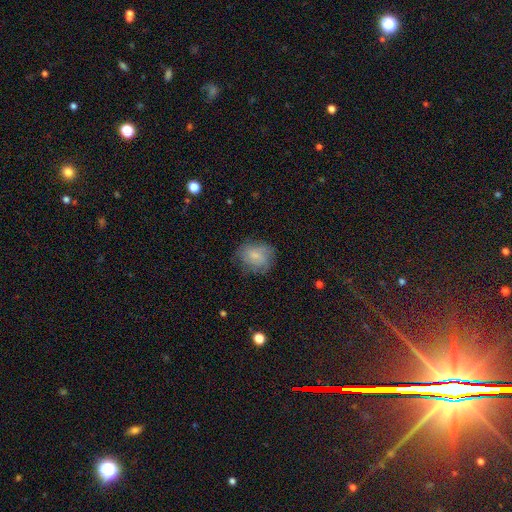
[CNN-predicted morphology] This is likely a smooth galaxy (63%). How rounded: possibly in between (51%). Merging: likely none (66%).